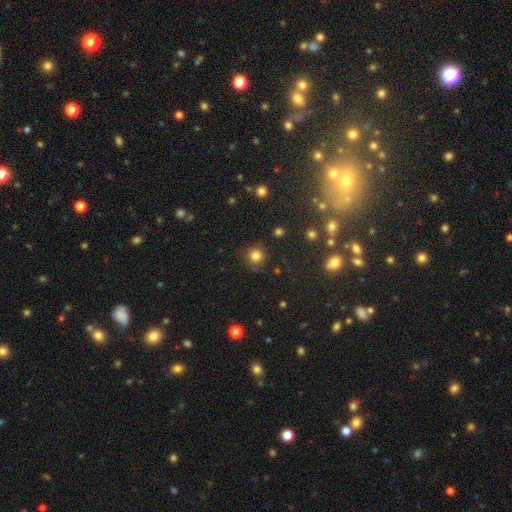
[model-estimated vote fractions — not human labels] The model was most divided on "smooth or featured": smooth: 80%, star or artifact: 15%, featured or disk: 5%. More confident: how rounded — round (94%); merging — none (87%).